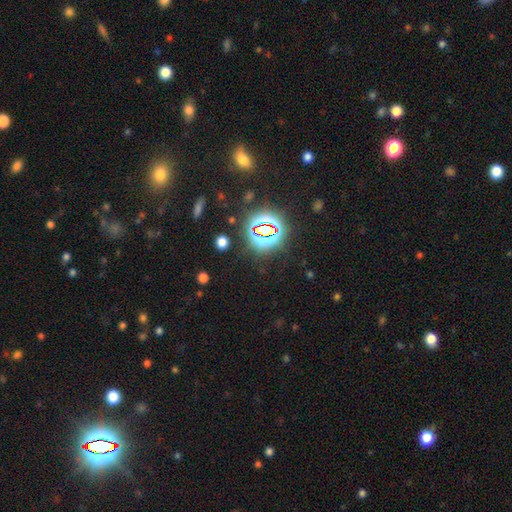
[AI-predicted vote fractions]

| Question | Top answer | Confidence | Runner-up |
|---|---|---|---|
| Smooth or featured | star or artifact | 81% | smooth (12%) |